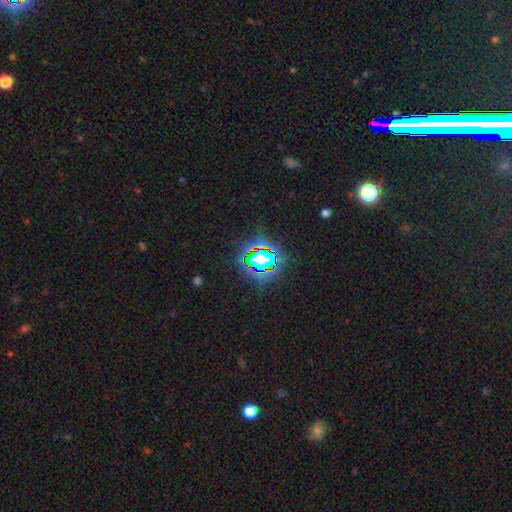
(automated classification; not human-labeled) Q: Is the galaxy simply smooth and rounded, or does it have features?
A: star or artifact — 78%.